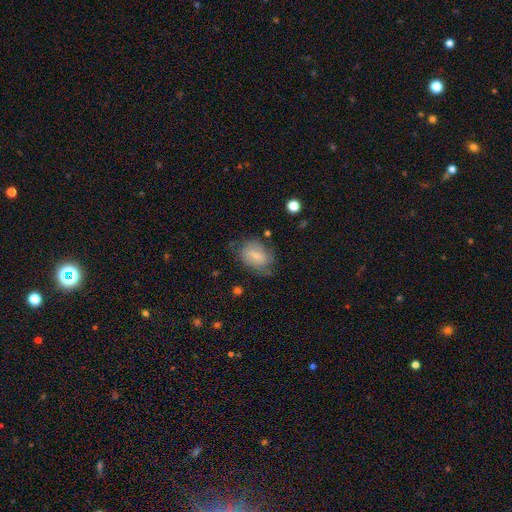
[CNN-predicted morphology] smooth-or-featured: smooth: 65% | featured or disk: 27% | star or artifact: 8%
  how-rounded: in between: 72% | round: 26% | cigar-shaped: 1%
  merging: none: 60% | minor disturbance: 28% | major disturbance: 11% | merger: 2%